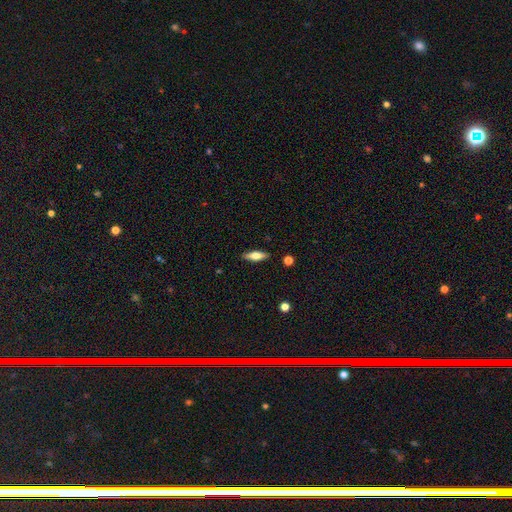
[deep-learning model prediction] This appears to be a smooth galaxy with no disk features (56%) that is cigar-shaped (50%). Merging: none (89%).